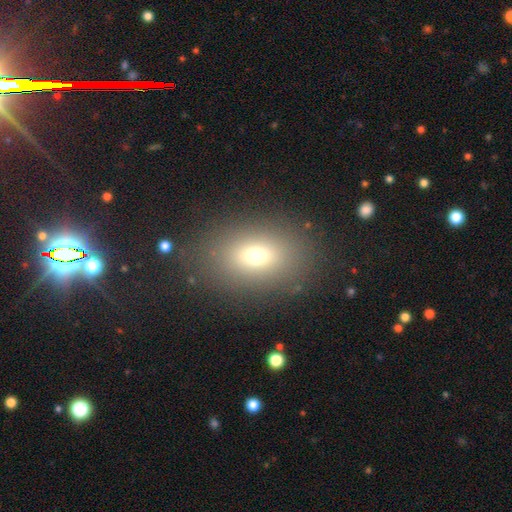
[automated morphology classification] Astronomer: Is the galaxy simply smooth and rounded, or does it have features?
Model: smooth — 70%.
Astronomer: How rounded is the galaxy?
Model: in between — 73%.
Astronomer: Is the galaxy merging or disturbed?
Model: none — 83%.